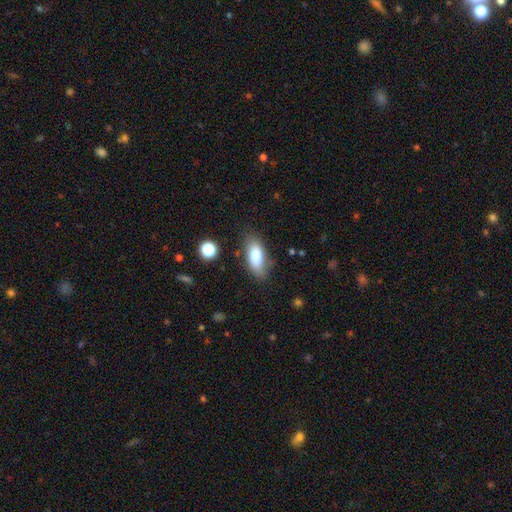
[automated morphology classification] Smooth or featured?
  - smooth: 77% *
  - featured or disk: 15%
  - star or artifact: 8%
How rounded?
  - in between: 83% *
  - cigar-shaped: 14%
  - round: 3%
Merging?
  - none: 78% *
  - minor disturbance: 15%
  - major disturbance: 4%
  - merger: 3%